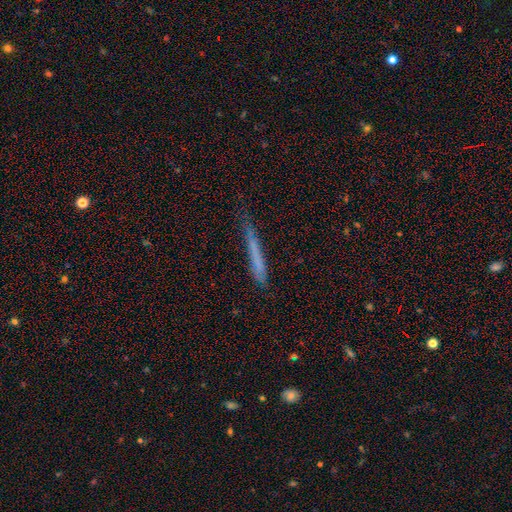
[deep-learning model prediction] This appears to be a smooth galaxy with no disk features (61%) that is cigar-shaped (95%). Merging: none (64%).